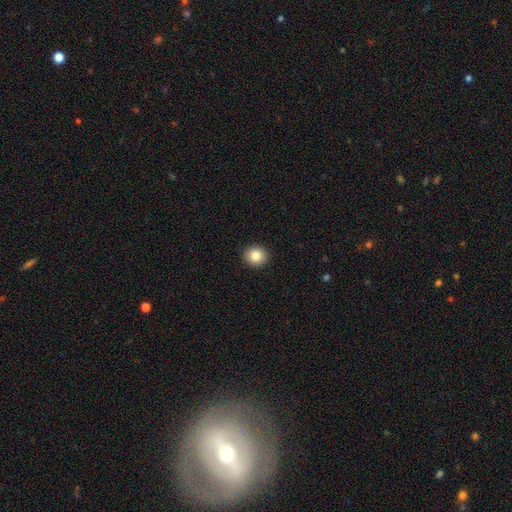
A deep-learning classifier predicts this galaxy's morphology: smooth_or_featured: smooth (p=0.84) [alt: star or artifact p=0.09]
how_rounded: round (p=0.84) [alt: in between p=0.15]
merging: none (p=0.93) [alt: minor disturbance p=0.05]